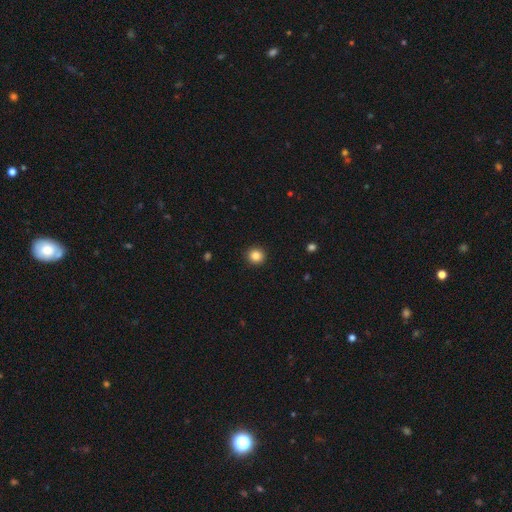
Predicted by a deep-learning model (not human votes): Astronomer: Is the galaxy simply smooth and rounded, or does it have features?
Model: smooth — 85%.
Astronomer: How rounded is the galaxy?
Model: round — 92%.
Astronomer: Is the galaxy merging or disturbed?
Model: none — 93%.